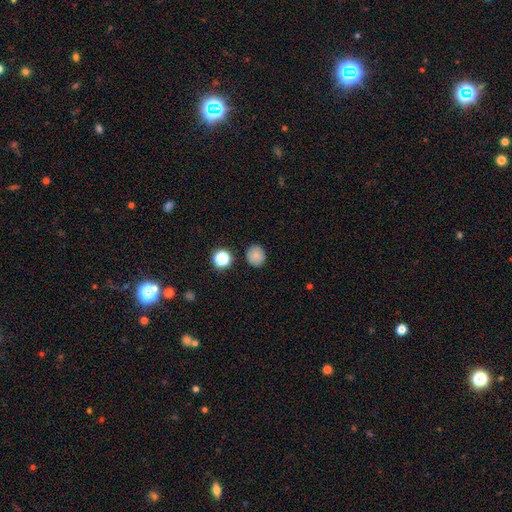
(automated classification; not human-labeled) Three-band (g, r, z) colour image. It shows a smooth galaxy with no disk features (80%) that is round (86%). Merging: none (87%).